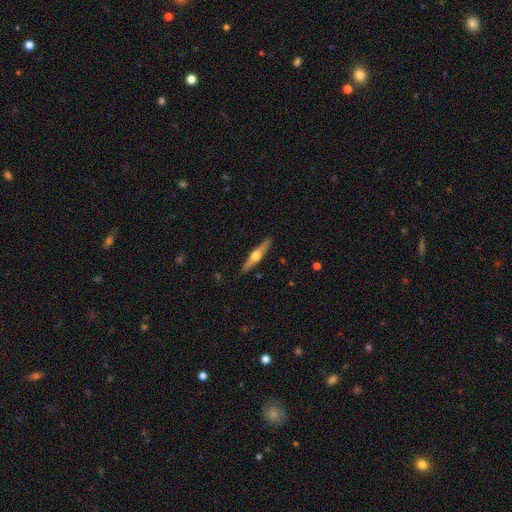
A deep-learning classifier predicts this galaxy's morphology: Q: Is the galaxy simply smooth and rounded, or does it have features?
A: featured or disk — 64%.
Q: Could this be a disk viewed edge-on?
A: yes — 97%.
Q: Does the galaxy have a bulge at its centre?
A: rounded — 95%.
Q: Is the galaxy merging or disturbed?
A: none — 91%.